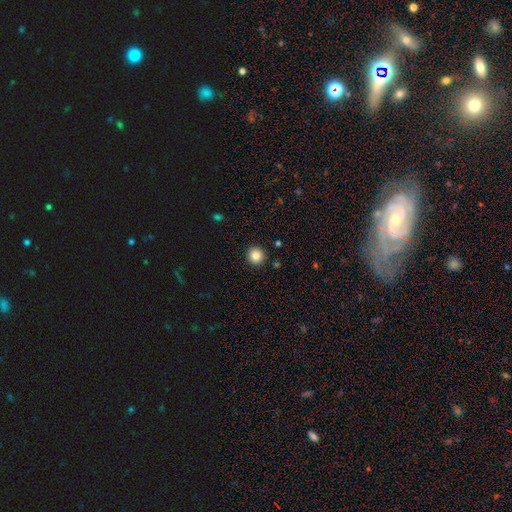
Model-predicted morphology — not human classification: smooth-or-featured: smooth: 83% | star or artifact: 10% | featured or disk: 6%
  how-rounded: round: 96% | in between: 3% | cigar-shaped: 1%
  merging: none: 93% | minor disturbance: 5% | major disturbance: 2% | merger: 1%